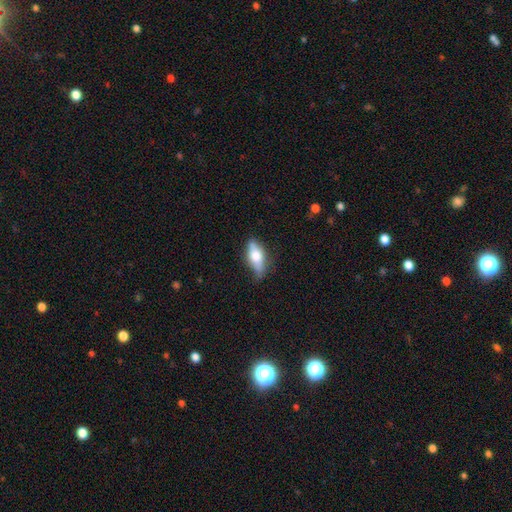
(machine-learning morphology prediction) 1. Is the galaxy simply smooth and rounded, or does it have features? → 59% smooth, 34% featured or disk, 7% star or artifact.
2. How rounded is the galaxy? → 72% in between, 25% cigar-shaped, 3% round.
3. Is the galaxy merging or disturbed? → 68% none, 24% minor disturbance, 5% major disturbance, 2% merger.